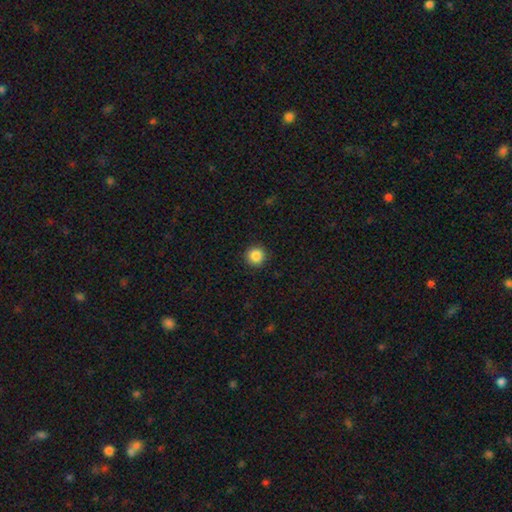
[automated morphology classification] Smooth or featured?
  - smooth: 87% *
  - star or artifact: 10%
  - featured or disk: 3%
How rounded?
  - round: 95% *
  - in between: 4%
  - cigar-shaped: 1%
Merging?
  - none: 92% *
  - minor disturbance: 5%
  - major disturbance: 2%
  - merger: 1%